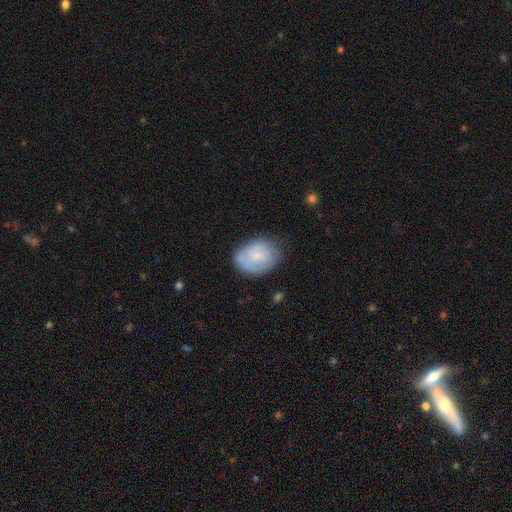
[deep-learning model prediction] A smooth galaxy with no disk features (61%) that is in between round and cigar-shaped (67%). Merging: none (60%).